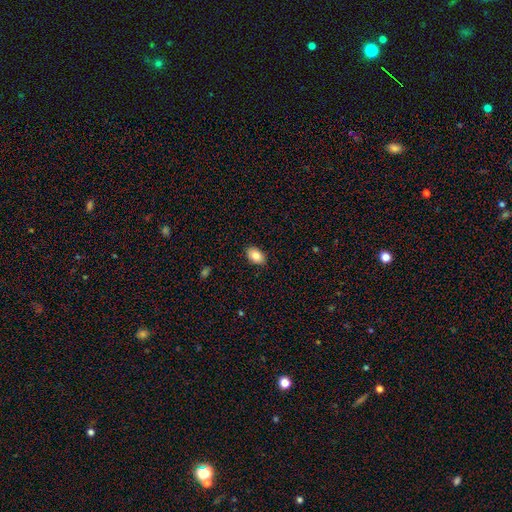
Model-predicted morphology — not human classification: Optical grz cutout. It shows a smooth galaxy with no disk features (85%) that is in between round and cigar-shaped (89%). Merging: none (88%).